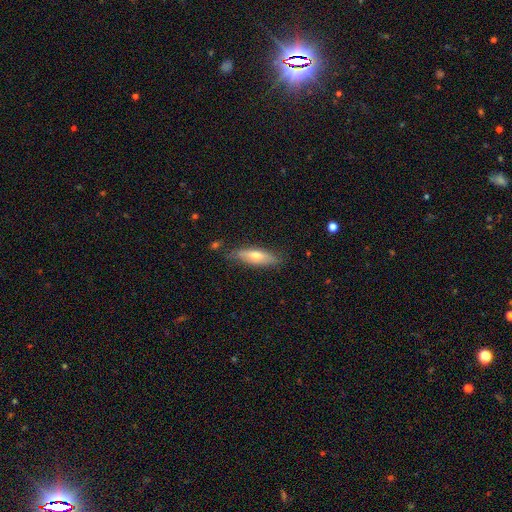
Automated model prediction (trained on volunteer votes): Smooth or featured?
  - smooth: 59% *
  - featured or disk: 35%
  - star or artifact: 6%
How rounded?
  - cigar-shaped: 58% *
  - in between: 40%
  - round: 2%
Merging?
  - none: 78% *
  - minor disturbance: 17%
  - major disturbance: 3%
  - merger: 2%